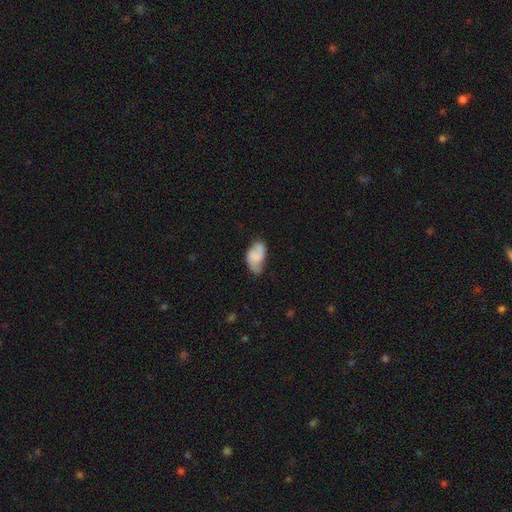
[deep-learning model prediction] This appears to be a smooth galaxy with no disk features (56%) that is in between round and cigar-shaped (92%). Merging: none (45%).